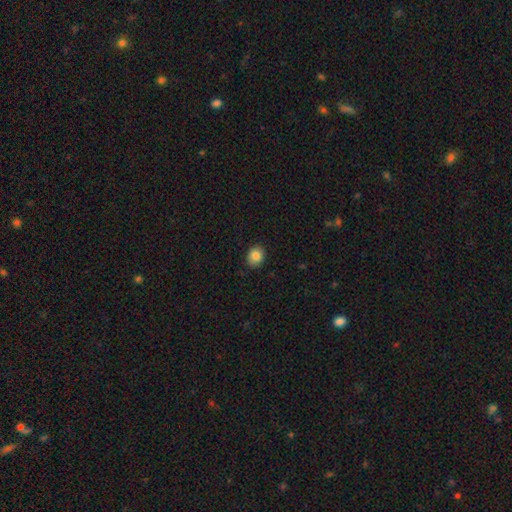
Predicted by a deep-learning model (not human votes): A smooth galaxy with no disk features (85%) that is round (58%). Merging: none (87%).